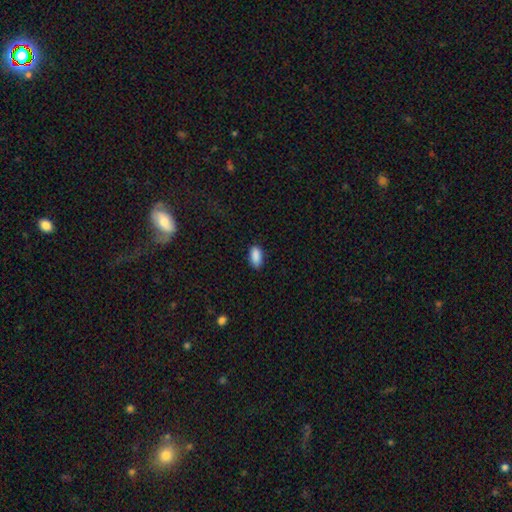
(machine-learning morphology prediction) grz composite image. It shows a smooth galaxy with no disk features (89%) that is in between round and cigar-shaped (92%). Merging: none (85%).